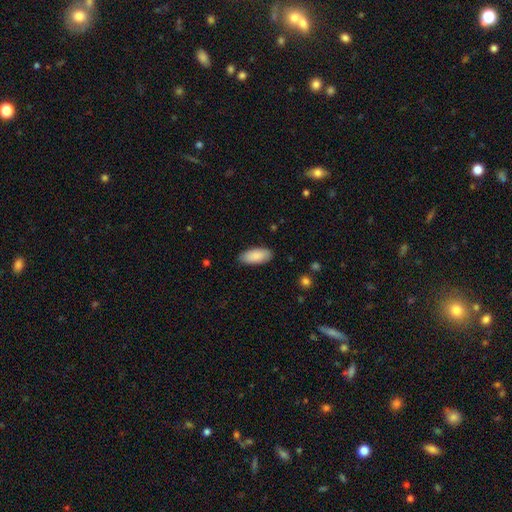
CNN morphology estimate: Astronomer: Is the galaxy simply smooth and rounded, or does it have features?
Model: smooth — 89%.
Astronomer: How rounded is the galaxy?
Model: in between — 89%.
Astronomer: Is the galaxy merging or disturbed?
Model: none — 87%.